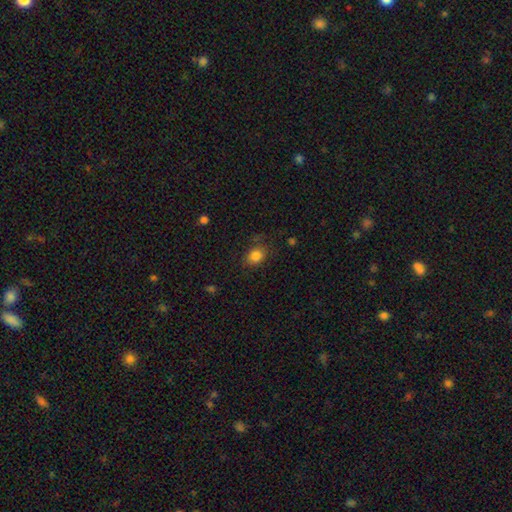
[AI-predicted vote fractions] Morphology: type=smooth (83%); roundness=round (52%); merging=none (76%).